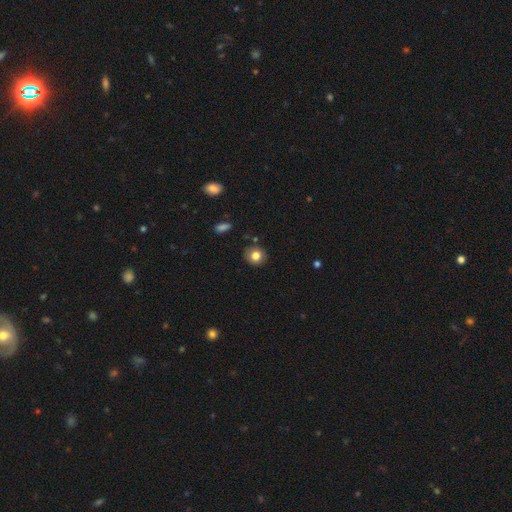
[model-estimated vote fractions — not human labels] Morphology: type=smooth (80%); roundness=round (81%); merging=none (83%).